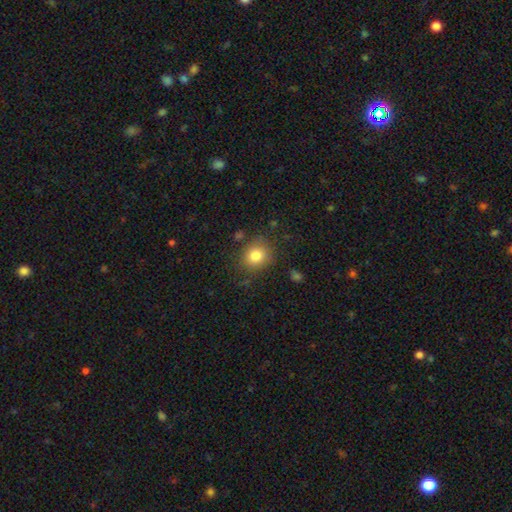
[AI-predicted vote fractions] Smooth or featured? smooth (81%)
How rounded? round (71%)
Merging? none (80%)